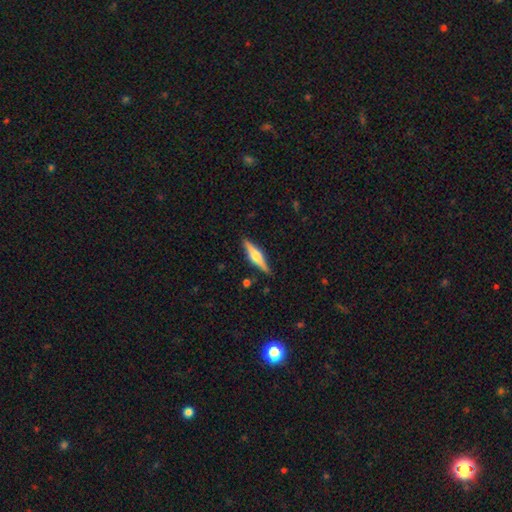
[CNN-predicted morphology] A featured or disk galaxy (69%) viewed edge-on (97%) with a rounded central bulge (90%). Merging: none (89%).